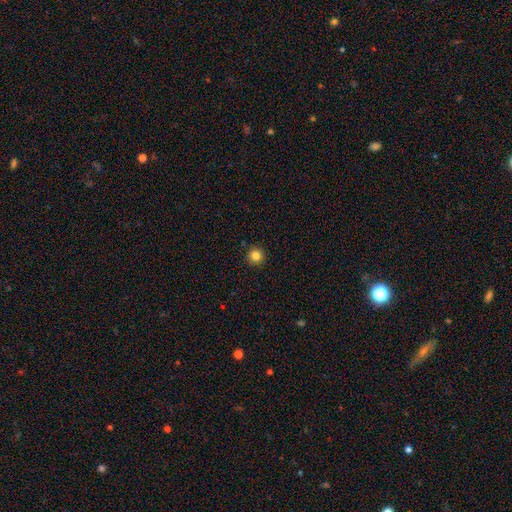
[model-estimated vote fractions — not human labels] Smooth or featured? smooth (83%)
How rounded? round (96%)
Merging? none (93%)